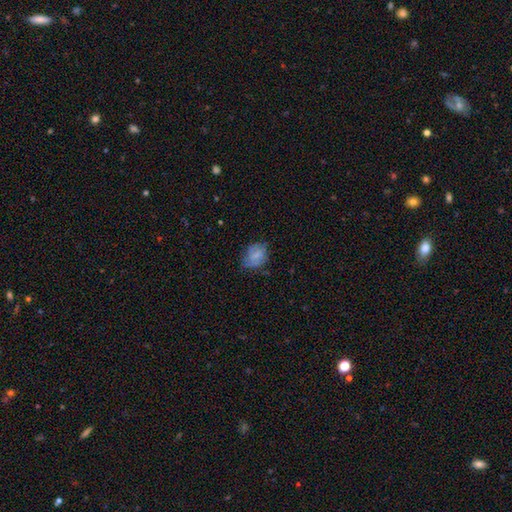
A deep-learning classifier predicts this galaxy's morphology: smooth 59%, featured or disk 31%, star or artifact 10%. Down the decision tree: how rounded — in between (55%); merging — none (57%).